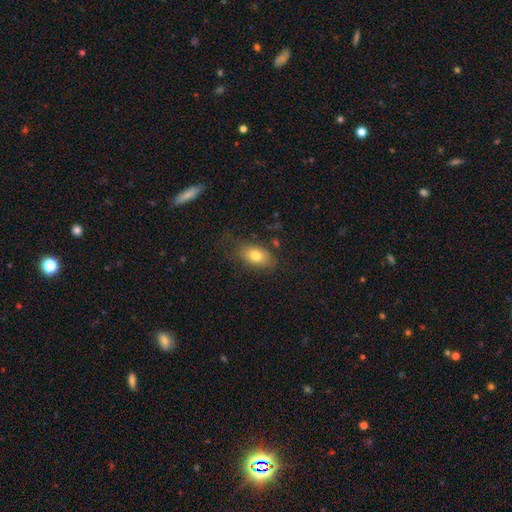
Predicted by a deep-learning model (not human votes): Q: Smooth or featured?
A: smooth (77%); runner-up: featured or disk (15%)
Q: How rounded?
A: in between (87%); runner-up: round (10%)
Q: Merging?
A: none (74%); runner-up: minor disturbance (17%)